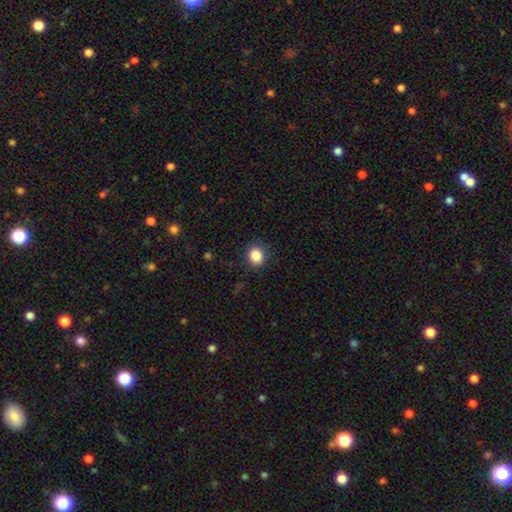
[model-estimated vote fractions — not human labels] Q: Smooth or featured?
A: smooth (86%); runner-up: star or artifact (10%)
Q: How rounded?
A: round (69%); runner-up: in between (30%)
Q: Merging?
A: none (86%); runner-up: minor disturbance (10%)